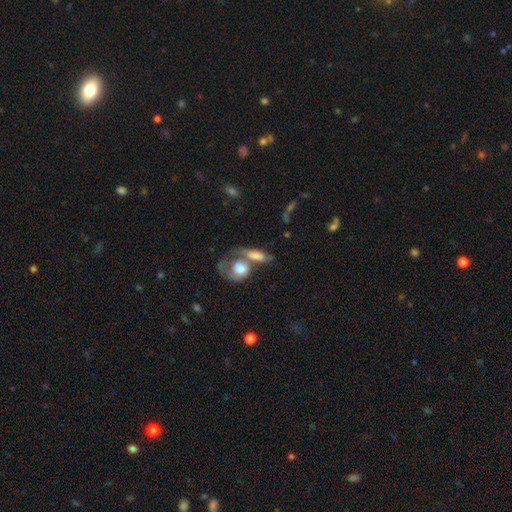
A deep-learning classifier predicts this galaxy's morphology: This appears to be a smooth galaxy with no disk features (61%) that is in between round and cigar-shaped (68%). Merging: merger (56%).